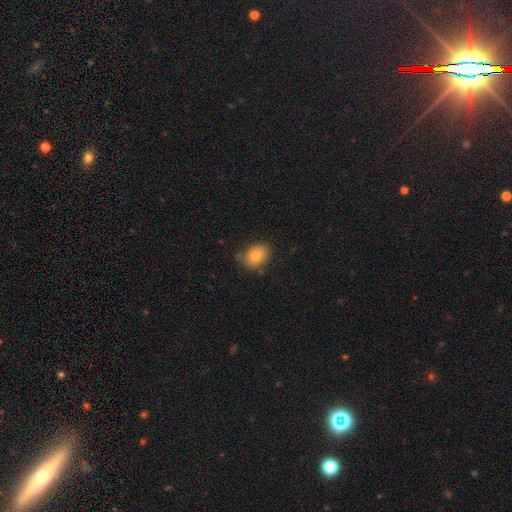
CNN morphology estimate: Q: Smooth or featured?
A: smooth (79%); runner-up: featured or disk (12%)
Q: How rounded?
A: in between (59%); runner-up: round (40%)
Q: Merging?
A: none (76%); runner-up: minor disturbance (19%)